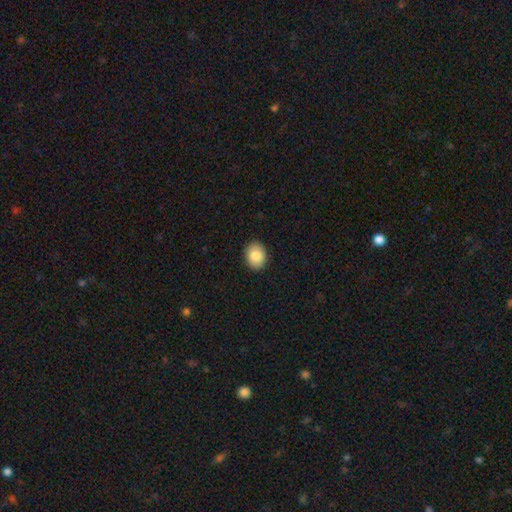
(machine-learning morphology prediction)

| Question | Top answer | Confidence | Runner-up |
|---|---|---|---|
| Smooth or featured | smooth | 85% | star or artifact (7%) |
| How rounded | in between | 63% | round (36%) |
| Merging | none | 91% | minor disturbance (7%) |